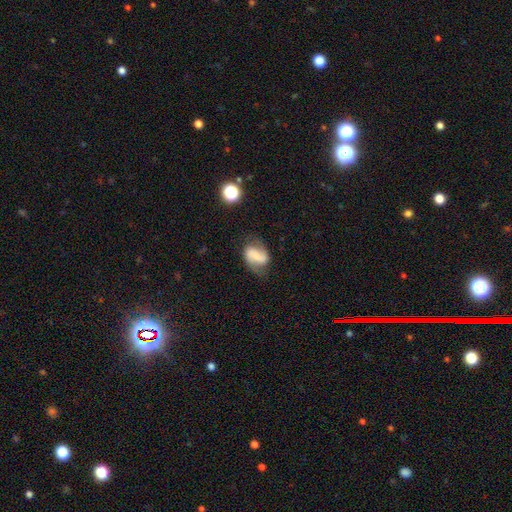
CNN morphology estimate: Smooth or featured: featured or disk — 69% (smooth — 23%)
Edge-on disk: no — 97% (yes — 3%)
Bar: weak — 39% (strong — 35%)
Spiral arms: yes — 92% (no — 8%)
Spiral winding: medium — 43% (loose — 39%)
Spiral arm count: 2 — 89% (can't tell — 5%)
Bulge size: small — 43% (moderate — 25%)
Merging: none — 68% (minor disturbance — 21%)